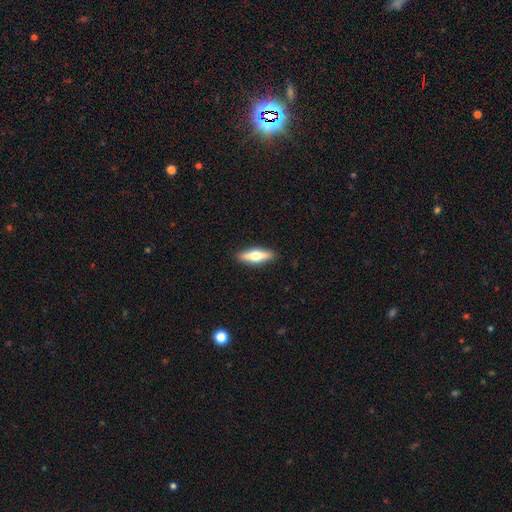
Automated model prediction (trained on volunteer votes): smooth_or_featured: smooth (p=0.48) [alt: featured or disk p=0.47]
merging: none (p=0.91) [alt: minor disturbance p=0.07]